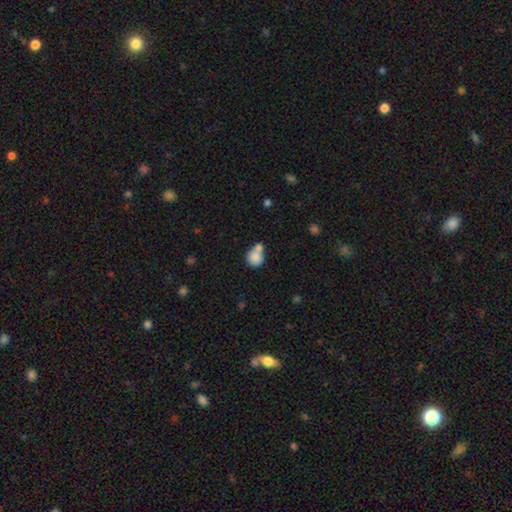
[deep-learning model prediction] This is clearly a smooth galaxy (83%). How rounded: clearly round (83%). Merging: possibly merger (47%).